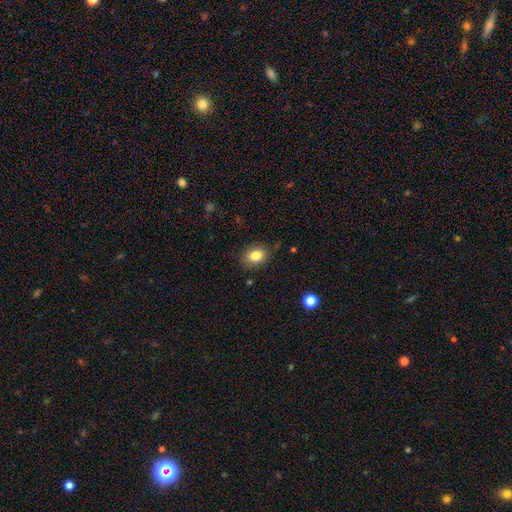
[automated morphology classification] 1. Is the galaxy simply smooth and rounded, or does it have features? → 83% smooth, 9% star or artifact, 8% featured or disk.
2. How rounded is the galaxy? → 62% in between, 37% round, 1% cigar-shaped.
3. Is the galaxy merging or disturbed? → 83% none, 12% minor disturbance, 3% major disturbance, 1% merger.